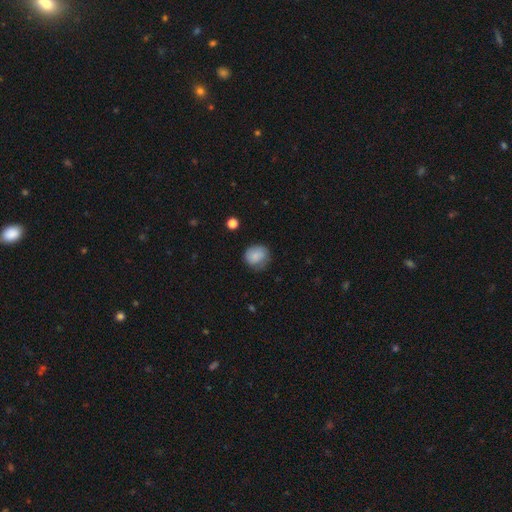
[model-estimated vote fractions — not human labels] Overall: smooth (81%). How rounded: round (72%). Merging: none (66%).